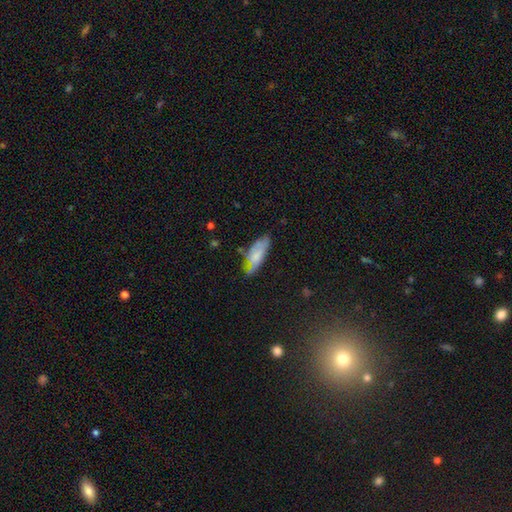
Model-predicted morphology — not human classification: Q: Smooth or featured?
A: smooth (59%); runner-up: featured or disk (32%)
Q: How rounded?
A: in between (70%); runner-up: cigar-shaped (28%)
Q: Merging?
A: none (56%); runner-up: minor disturbance (31%)